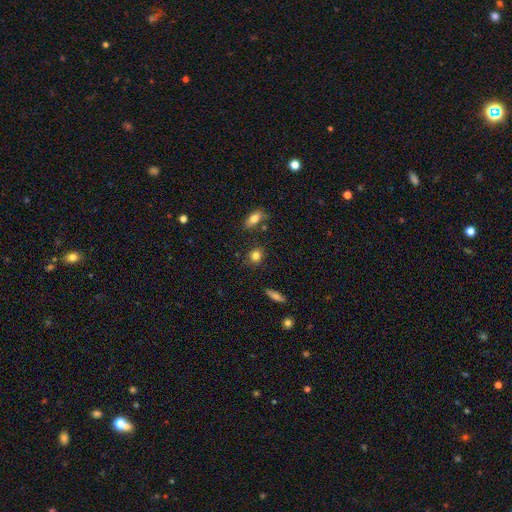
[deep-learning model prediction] Overall: smooth (82%). How rounded: round (75%). Merging: none (82%).